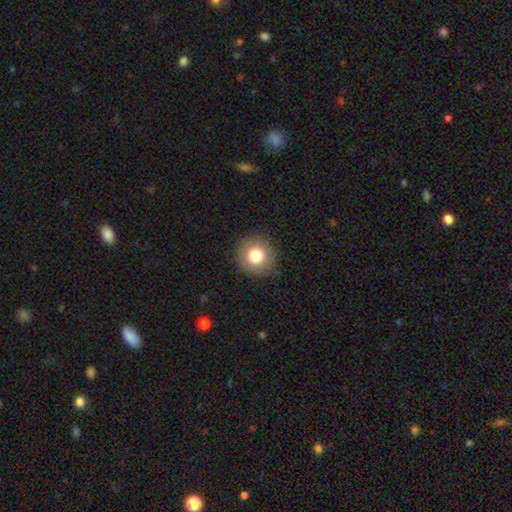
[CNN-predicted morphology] Q: Smooth or featured?
A: smooth (79%); runner-up: star or artifact (10%)
Q: How rounded?
A: round (94%); runner-up: in between (5%)
Q: Merging?
A: none (90%); runner-up: minor disturbance (7%)